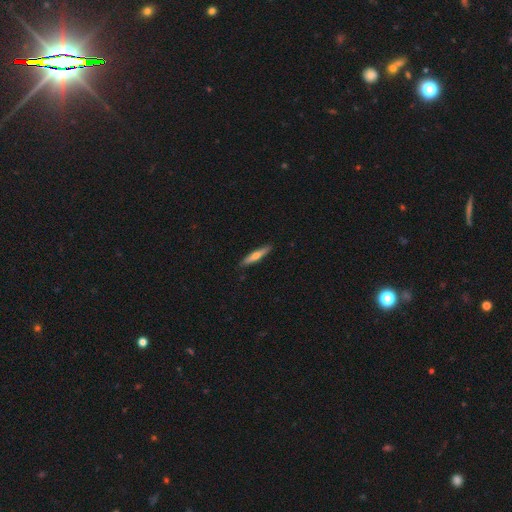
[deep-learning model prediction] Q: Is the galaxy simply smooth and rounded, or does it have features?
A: smooth — 55%.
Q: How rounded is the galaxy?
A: cigar-shaped — 88%.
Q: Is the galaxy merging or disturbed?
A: none — 89%.